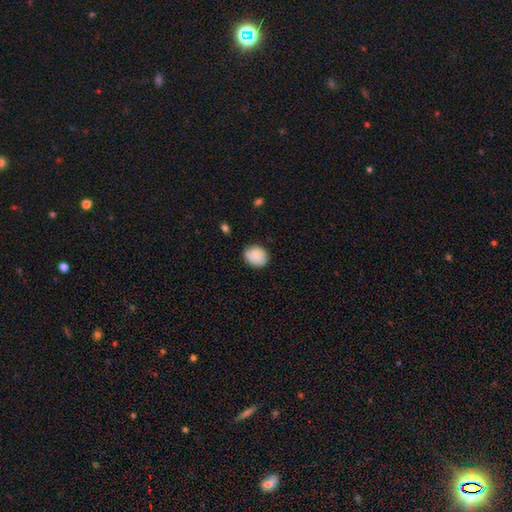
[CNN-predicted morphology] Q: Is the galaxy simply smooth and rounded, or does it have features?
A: smooth — 88%.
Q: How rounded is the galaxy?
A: round — 56%.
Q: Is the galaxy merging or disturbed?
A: none — 81%.